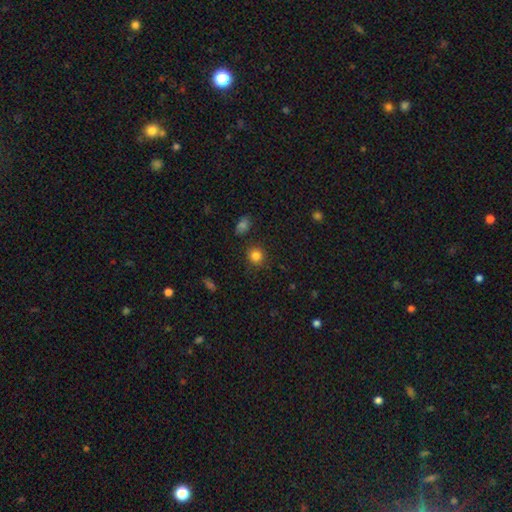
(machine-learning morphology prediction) smooth-or-featured: smooth: 82% | star or artifact: 12% | featured or disk: 5%
  how-rounded: round: 88% | in between: 11% | cigar-shaped: 1%
  merging: none: 86% | minor disturbance: 9% | major disturbance: 3% | merger: 3%